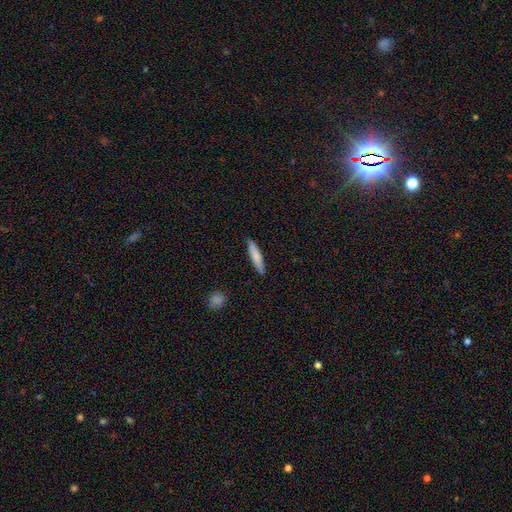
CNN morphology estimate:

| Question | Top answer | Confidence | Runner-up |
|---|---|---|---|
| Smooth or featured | smooth | 76% | featured or disk (18%) |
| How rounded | cigar-shaped | 84% | in between (14%) |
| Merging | none | 87% | minor disturbance (10%) |